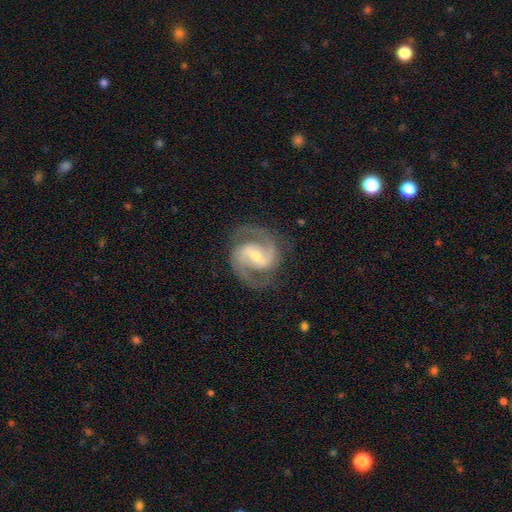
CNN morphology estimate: This is clearly a featured or disk galaxy (92%). It is clearly not viewed edge-on (98%). Bar: possibly weak (46%). Spiral arm pattern: clearly yes (98%). Spiral arm count: clearly 2 (92%). Spiral winding: possibly medium (59%). Central bulge: possibly moderate (52%). Merging: clearly none (82%).